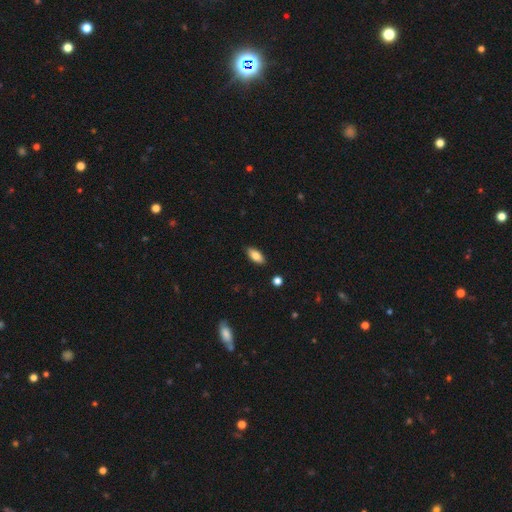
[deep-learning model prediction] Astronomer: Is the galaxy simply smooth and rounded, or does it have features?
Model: smooth — 82%.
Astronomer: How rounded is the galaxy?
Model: in between — 89%.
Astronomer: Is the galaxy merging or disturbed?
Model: none — 88%.